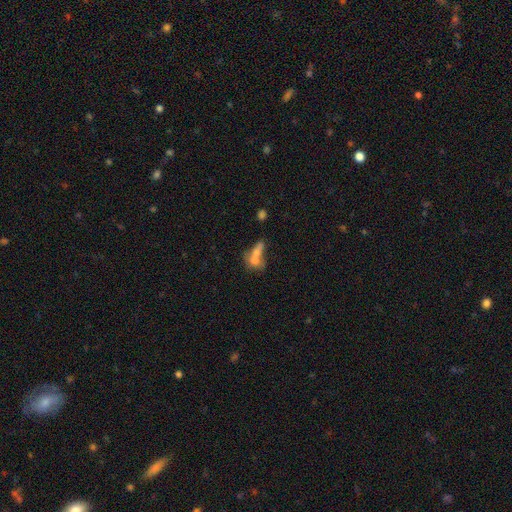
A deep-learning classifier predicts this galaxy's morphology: This appears to be a smooth galaxy with no disk features (62%) that is in between round and cigar-shaped (58%). Merging: merger (66%).